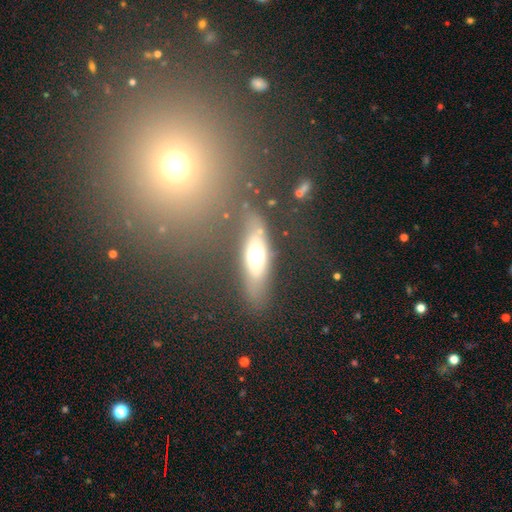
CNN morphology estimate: Smooth or featured: smooth — 55% (featured or disk — 36%)
How rounded: in between — 53% (cigar-shaped — 41%)
Merging: none — 74% (minor disturbance — 14%)